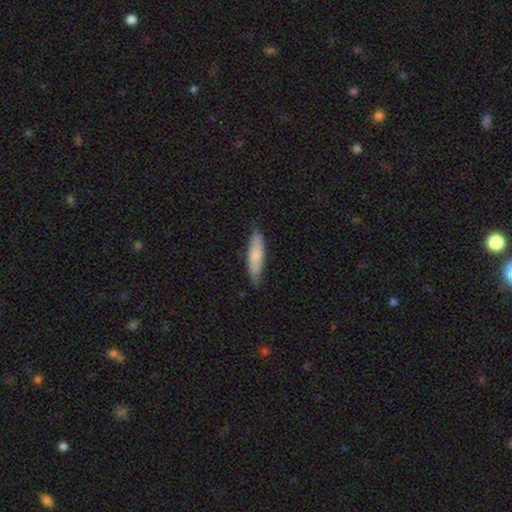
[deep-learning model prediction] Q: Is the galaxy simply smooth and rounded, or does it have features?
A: smooth — 75%.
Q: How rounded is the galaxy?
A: cigar-shaped — 72%.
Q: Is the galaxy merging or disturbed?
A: none — 82%.